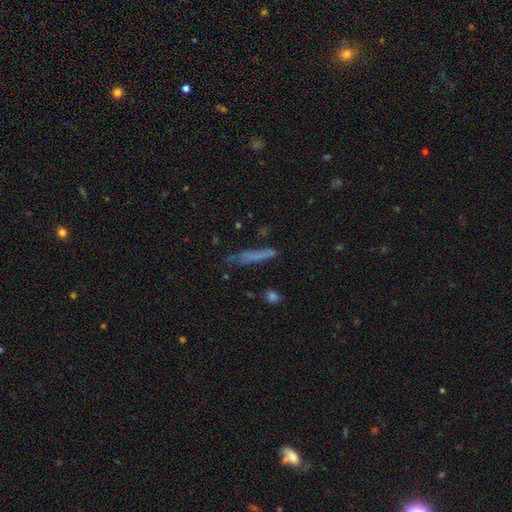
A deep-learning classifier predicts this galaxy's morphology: A smooth galaxy with no disk features (58%) that is cigar-shaped (89%). Merging: none (59%).